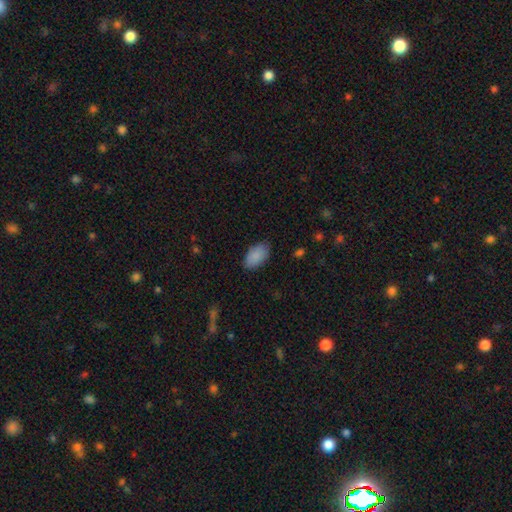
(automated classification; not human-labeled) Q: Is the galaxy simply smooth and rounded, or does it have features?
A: smooth — 89%.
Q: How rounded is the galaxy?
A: in between — 94%.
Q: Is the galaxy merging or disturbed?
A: none — 83%.